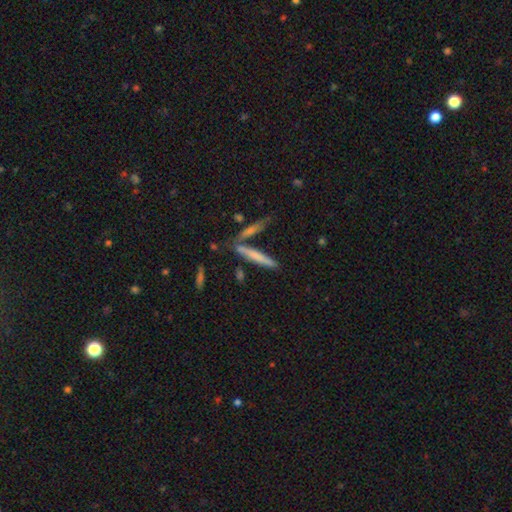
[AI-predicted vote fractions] This appears to be a smooth galaxy with no disk features (58%) that is cigar-shaped (92%). Merging: none (71%).